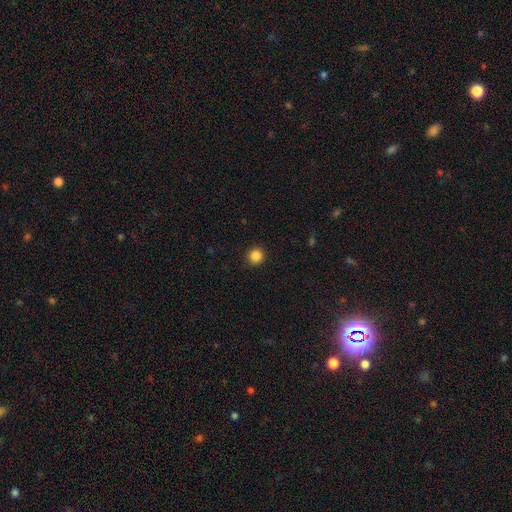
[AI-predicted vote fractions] A smooth galaxy with no disk features (86%) that is round (93%).

Vote fractions:
- Smooth or featured? smooth: 86% / star or artifact: 11% / featured or disk: 3%
- How rounded? round: 93% / in between: 6% / cigar-shaped: 1%
- Merging? none: 92% / minor disturbance: 5% / major disturbance: 2% / merger: 1%